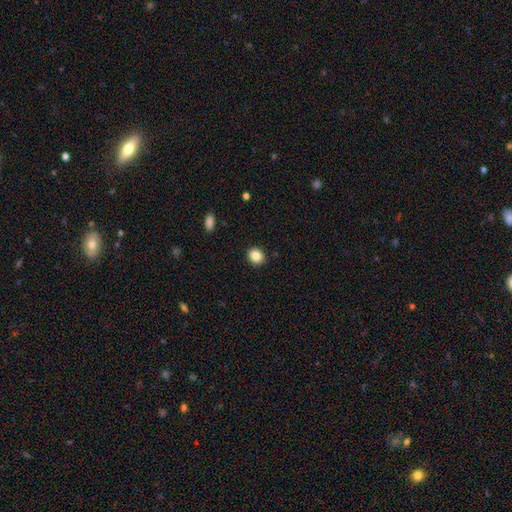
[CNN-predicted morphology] Overall: smooth (84%). How rounded: round (72%). Merging: none (91%).